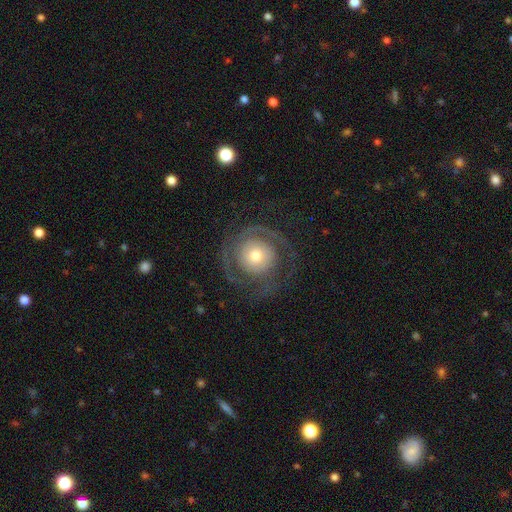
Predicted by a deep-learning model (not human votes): Smooth or featured? featured or disk (78%)
Edge-on disk? no (98%)
Bar? no (80%)
Spiral arms? yes (90%)
Spiral winding? tight (57%)
Spiral arm count? 2 (64%)
Bulge size? moderate (55%)
Merging? none (74%)